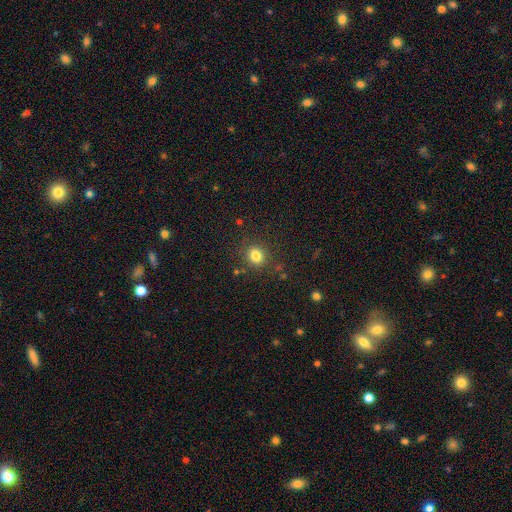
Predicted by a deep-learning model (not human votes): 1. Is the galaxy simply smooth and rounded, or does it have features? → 81% smooth, 13% star or artifact, 6% featured or disk.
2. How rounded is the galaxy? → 75% round, 24% in between, 1% cigar-shaped.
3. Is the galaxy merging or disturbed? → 84% none, 10% minor disturbance, 4% major disturbance, 3% merger.